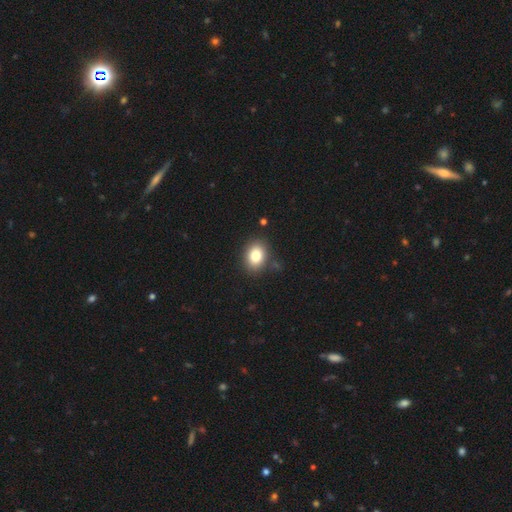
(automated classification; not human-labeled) smooth-or-featured: smooth: 81% | star or artifact: 10% | featured or disk: 9%
  how-rounded: in between: 62% | round: 38% | cigar-shaped: 1%
  merging: none: 85% | minor disturbance: 10% | major disturbance: 3% | merger: 3%